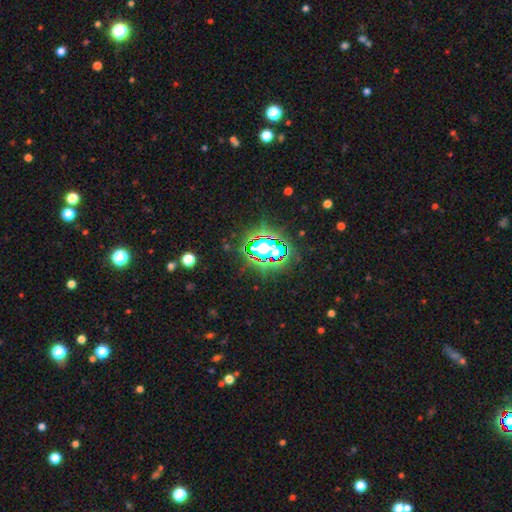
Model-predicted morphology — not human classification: Smooth or featured? Predicted: star or artifact (p=0.71).